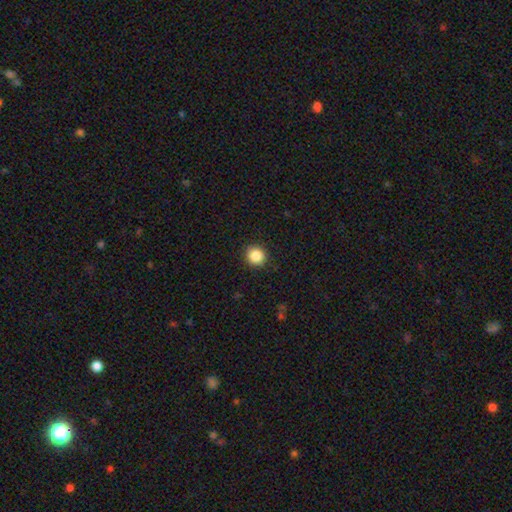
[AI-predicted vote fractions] Smooth or featured?
  - smooth: 86% *
  - star or artifact: 10%
  - featured or disk: 4%
How rounded?
  - round: 91% *
  - in between: 8%
  - cigar-shaped: 1%
Merging?
  - none: 90% *
  - minor disturbance: 7%
  - major disturbance: 2%
  - merger: 1%